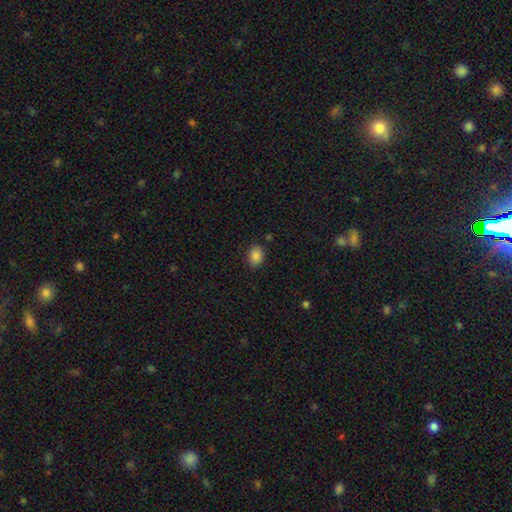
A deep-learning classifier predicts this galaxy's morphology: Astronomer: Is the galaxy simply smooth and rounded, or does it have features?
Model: smooth — 86%.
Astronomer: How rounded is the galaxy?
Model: in between — 68%.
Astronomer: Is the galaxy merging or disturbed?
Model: none — 85%.